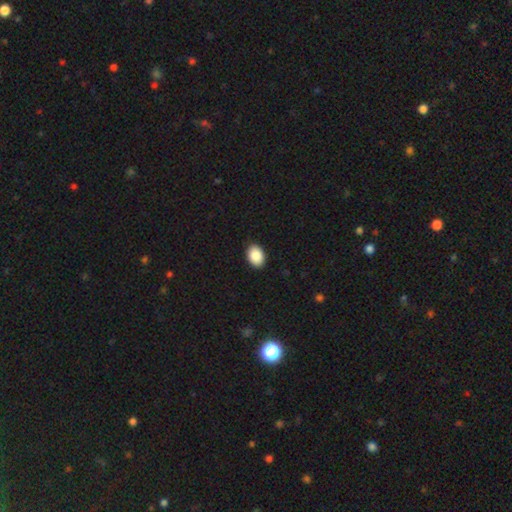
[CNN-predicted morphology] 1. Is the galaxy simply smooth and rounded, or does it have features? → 89% smooth, 7% star or artifact, 4% featured or disk.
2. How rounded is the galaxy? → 83% in between, 16% round, 1% cigar-shaped.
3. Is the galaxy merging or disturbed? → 90% none, 8% minor disturbance, 2% major disturbance, 1% merger.